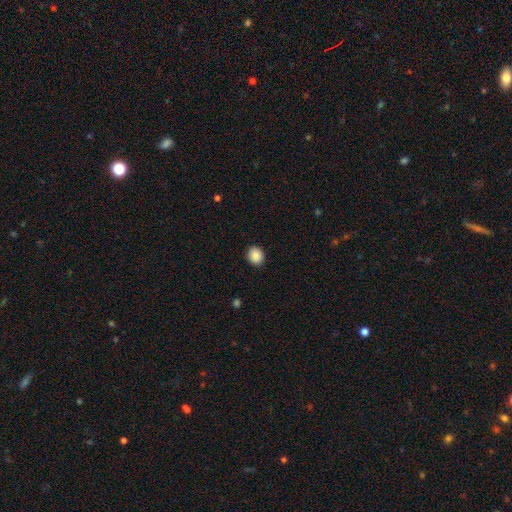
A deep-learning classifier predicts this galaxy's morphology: Smooth or featured?
  - smooth: 88% *
  - star or artifact: 8%
  - featured or disk: 4%
How rounded?
  - round: 70% *
  - in between: 29%
  - cigar-shaped: 1%
Merging?
  - none: 91% *
  - minor disturbance: 6%
  - major disturbance: 2%
  - merger: 1%